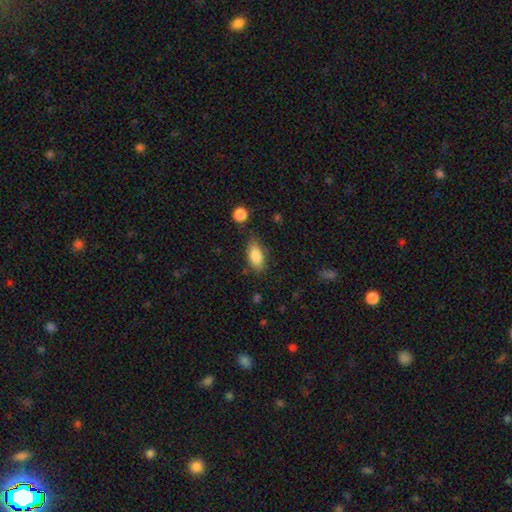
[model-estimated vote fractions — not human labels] Overall: smooth (83%). How rounded: in between (88%). Merging: none (71%).